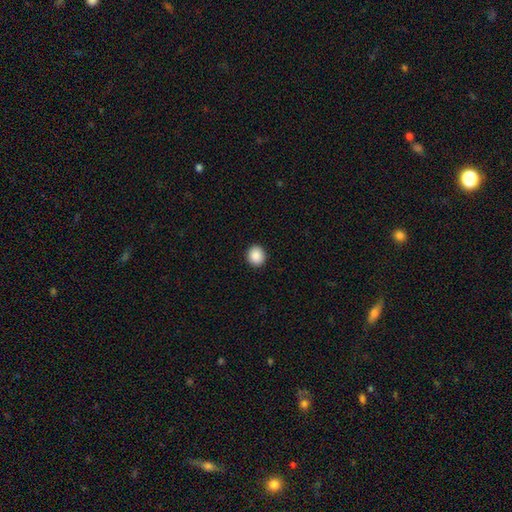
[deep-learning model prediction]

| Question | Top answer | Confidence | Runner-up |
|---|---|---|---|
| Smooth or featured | smooth | 89% | star or artifact (8%) |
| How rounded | round | 82% | in between (17%) |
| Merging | none | 92% | minor disturbance (5%) |